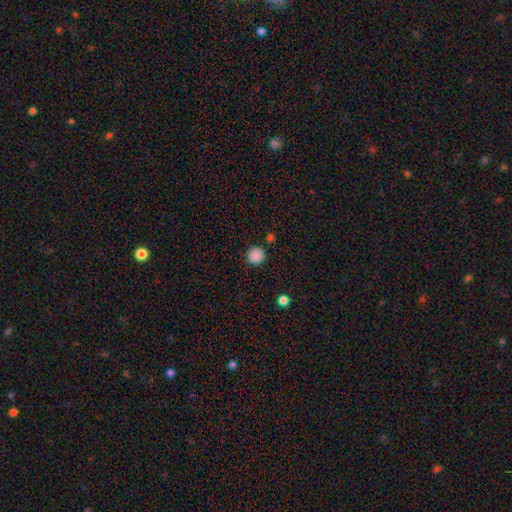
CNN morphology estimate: Smooth or featured? Predicted: smooth (p=0.87). How rounded? Predicted: round (p=0.94). Merging? Predicted: none (p=0.85).